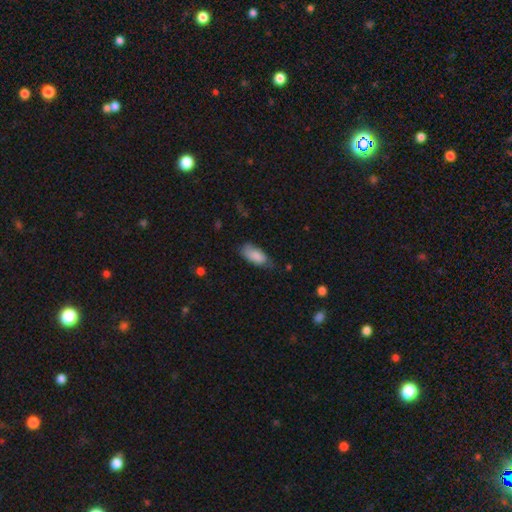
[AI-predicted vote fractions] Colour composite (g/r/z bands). It shows a smooth galaxy with no disk features (84%) that is in between round and cigar-shaped (87%). Merging: none (57%).